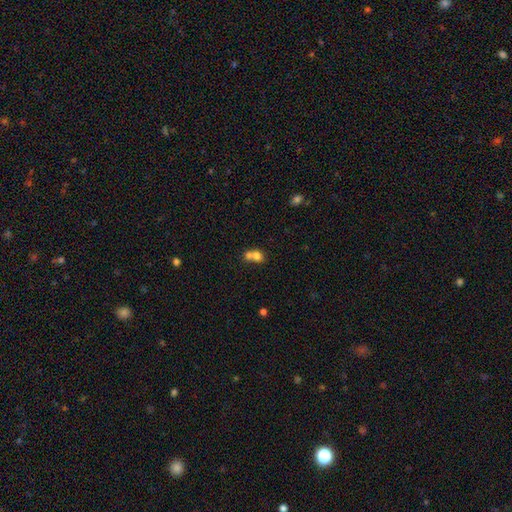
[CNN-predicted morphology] type=smooth (74%); roundness=round (61%); merging=merger (67%).